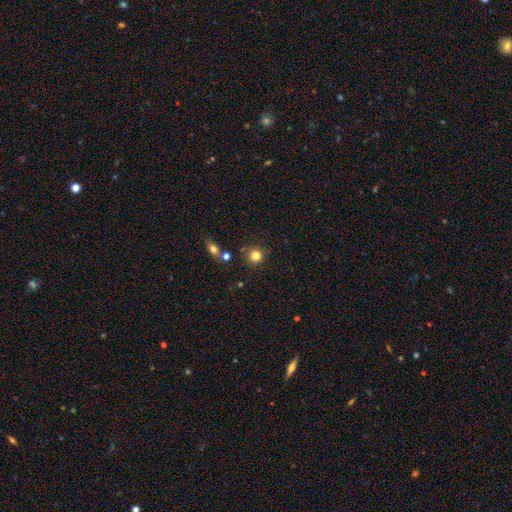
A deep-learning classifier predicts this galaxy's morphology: smooth-or-featured: smooth: 81% | star or artifact: 13% | featured or disk: 6%
  how-rounded: round: 93% | in between: 6% | cigar-shaped: 1%
  merging: none: 85% | minor disturbance: 8% | merger: 5% | major disturbance: 2%